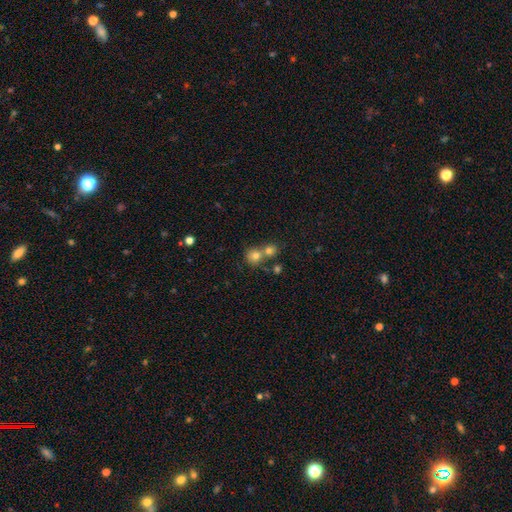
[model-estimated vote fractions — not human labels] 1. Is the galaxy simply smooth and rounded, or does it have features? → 74% smooth, 14% star or artifact, 12% featured or disk.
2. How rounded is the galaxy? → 82% round, 17% in between, 1% cigar-shaped.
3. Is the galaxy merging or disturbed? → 49% merger, 42% none, 7% minor disturbance, 3% major disturbance.